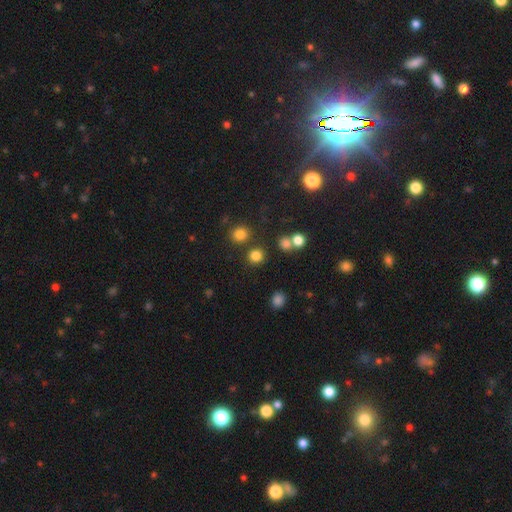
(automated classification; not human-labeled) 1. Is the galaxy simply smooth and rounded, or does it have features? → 80% smooth, 16% star or artifact, 5% featured or disk.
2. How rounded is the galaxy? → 90% round, 9% in between, 1% cigar-shaped.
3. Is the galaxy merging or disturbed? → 81% none, 9% merger, 7% minor disturbance, 3% major disturbance.